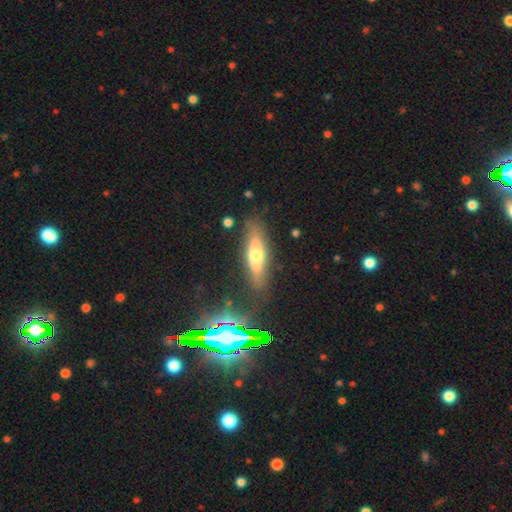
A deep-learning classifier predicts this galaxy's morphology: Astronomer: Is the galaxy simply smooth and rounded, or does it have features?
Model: smooth — 49% (runner-up: featured or disk, 43%).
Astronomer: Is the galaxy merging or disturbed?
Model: none — 79%.